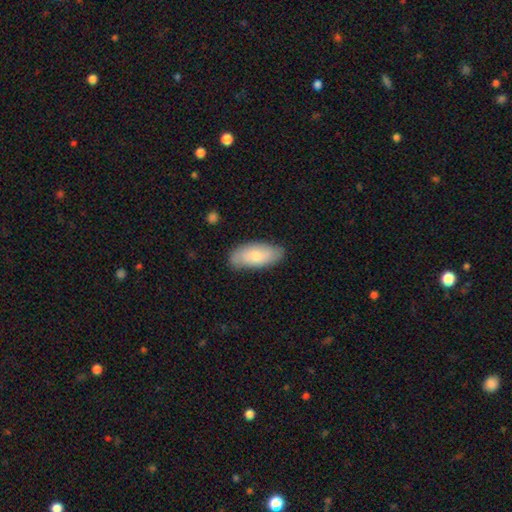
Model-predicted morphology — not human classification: smooth 73%, featured or disk 22%, star or artifact 6%. Down the decision tree: how rounded — in between (89%); merging — none (79%).